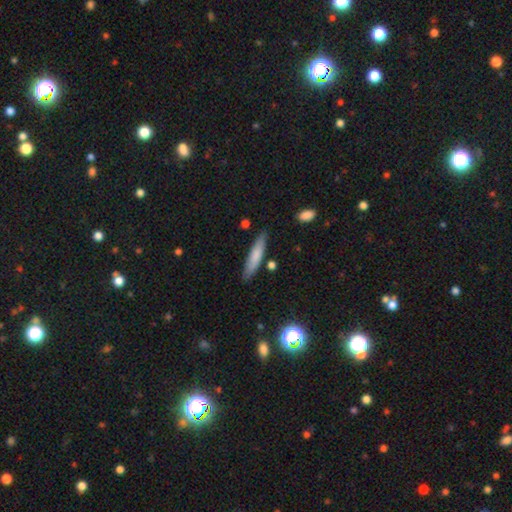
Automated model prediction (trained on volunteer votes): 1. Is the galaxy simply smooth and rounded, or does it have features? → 75% smooth, 18% featured or disk, 6% star or artifact.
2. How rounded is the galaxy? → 85% cigar-shaped, 14% in between, 1% round.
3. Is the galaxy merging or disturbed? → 84% none, 11% minor disturbance, 3% merger, 2% major disturbance.